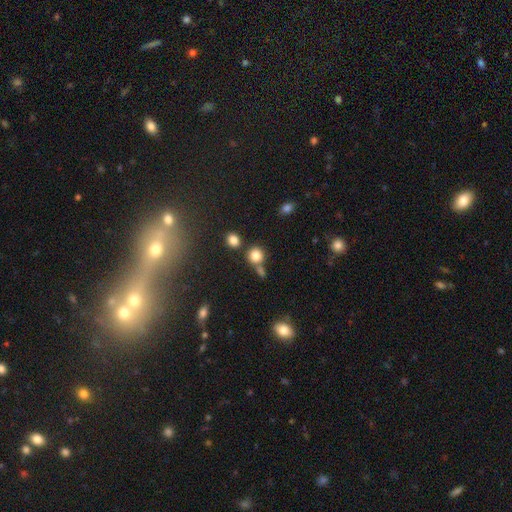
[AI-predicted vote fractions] This appears to be a smooth galaxy with no disk features (81%) that is round (86%). Merging: none (62%).